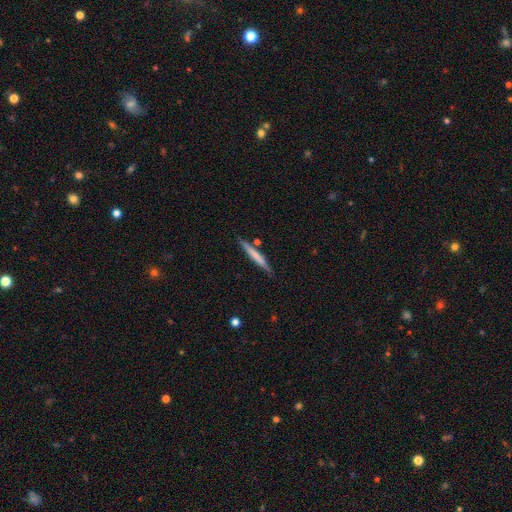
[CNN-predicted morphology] Smooth or featured?
  - smooth: 58% *
  - featured or disk: 36%
  - star or artifact: 5%
How rounded?
  - cigar-shaped: 96% *
  - in between: 3%
  - round: 1%
Merging?
  - none: 84% *
  - minor disturbance: 9%
  - merger: 4%
  - major disturbance: 2%